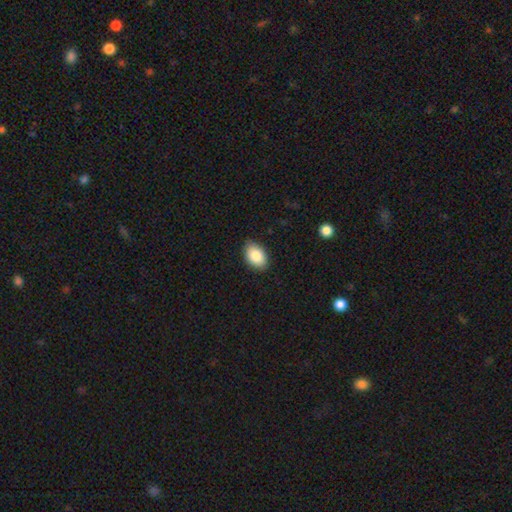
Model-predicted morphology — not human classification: Smooth or featured? smooth (86%)
How rounded? in between (88%)
Merging? none (85%)